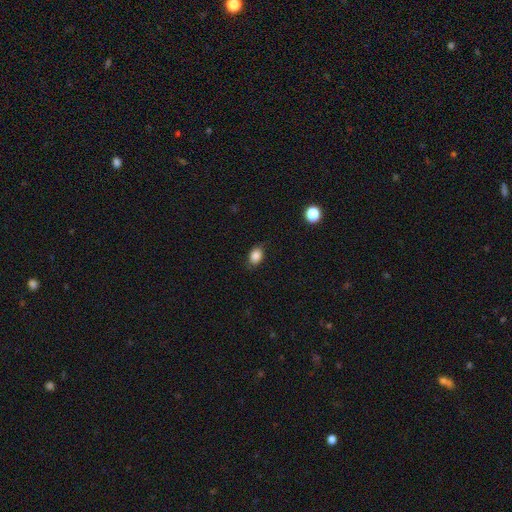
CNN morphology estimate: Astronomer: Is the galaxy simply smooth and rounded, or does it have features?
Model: smooth — 86%.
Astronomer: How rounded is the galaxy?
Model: in between — 76%.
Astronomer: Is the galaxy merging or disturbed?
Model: none — 81%.